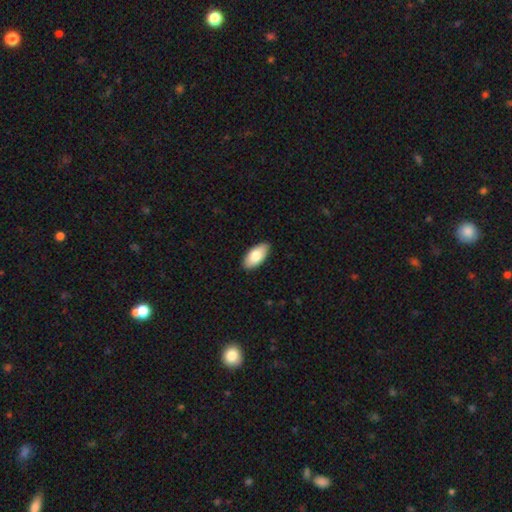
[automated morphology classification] Overall: smooth (81%). How rounded: in between (94%). Merging: none (90%).